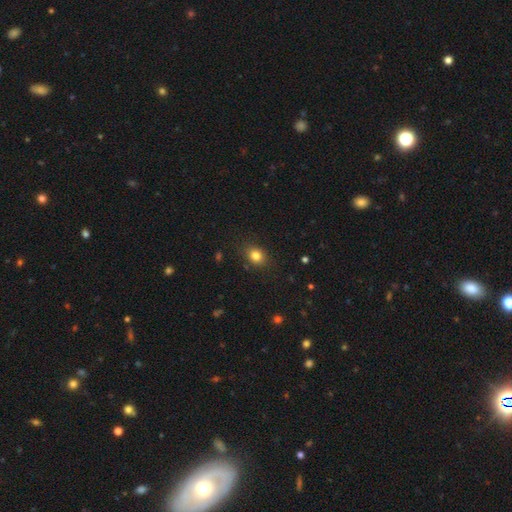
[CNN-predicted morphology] This appears to be a smooth galaxy with no disk features (82%) that is round (54%). Merging: none (85%).